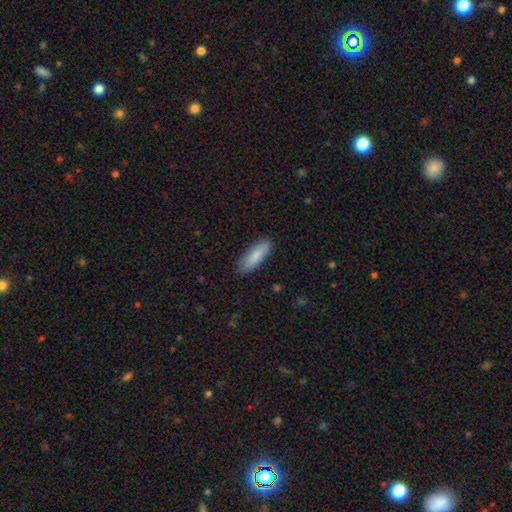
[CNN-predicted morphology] This appears to be a smooth galaxy with no disk features (84%) that is in between round and cigar-shaped (55%). Merging: none (86%).